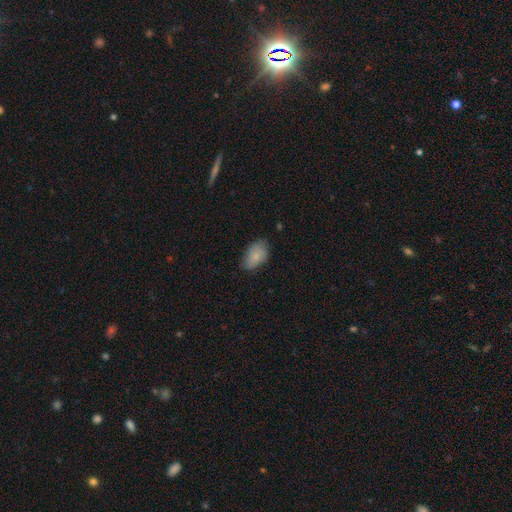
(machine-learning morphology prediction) smooth-or-featured: smooth: 82% | featured or disk: 11% | star or artifact: 7%
  how-rounded: in between: 92% | round: 6% | cigar-shaped: 2%
  merging: none: 69% | minor disturbance: 26% | major disturbance: 4% | merger: 1%